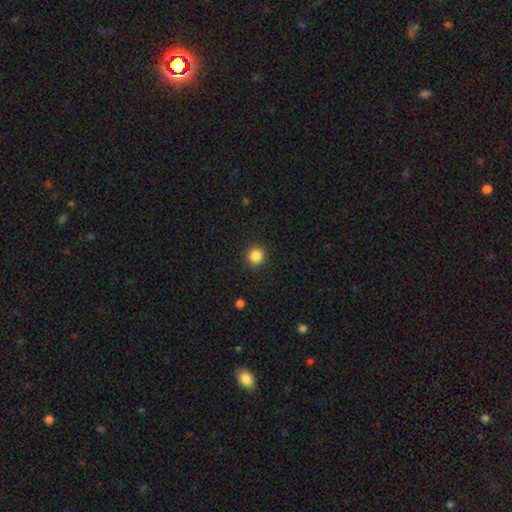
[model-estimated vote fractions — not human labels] smooth-or-featured: smooth: 86% | star or artifact: 11% | featured or disk: 3%
  how-rounded: round: 93% | in between: 6% | cigar-shaped: 1%
  merging: none: 91% | minor disturbance: 6% | major disturbance: 2% | merger: 1%